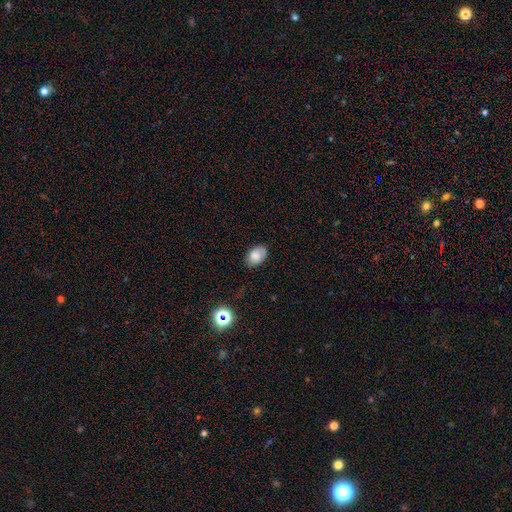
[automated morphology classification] The model was most divided on "merging": none: 74%, minor disturbance: 20%, major disturbance: 4%, merger: 2%. More confident: how rounded — in between (85%); smooth or featured — smooth (76%).